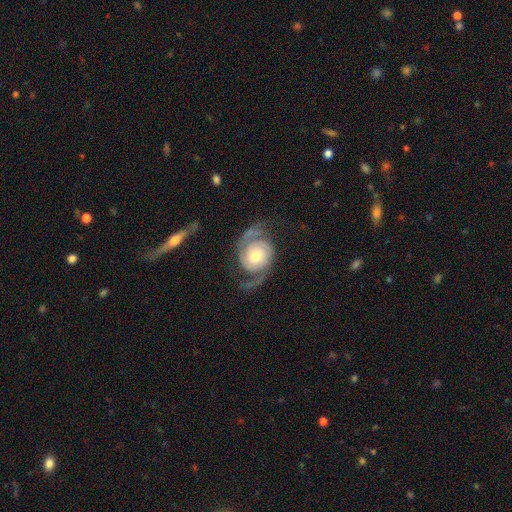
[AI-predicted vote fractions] smooth-or-featured: featured or disk: 88% | smooth: 7% | star or artifact: 5%
  disk-edge-on: no: 97% | yes: 3%
    bar: no: 75% | weak: 20% | strong: 5%
    has-spiral-arms: yes: 97% | no: 3%
      spiral-winding: medium: 43% | tight: 33% | loose: 24%
      spiral-arm-count: 2: 90% | can't tell: 3% | 1: 2% | 3: 2% | 4: 1% | more than 4: 1%
    bulge-size: moderate: 61% | small: 26% | large: 10% | dominant: 2% | none: 1%
  merging: none: 65% | minor disturbance: 18% | major disturbance: 14% | merger: 2%